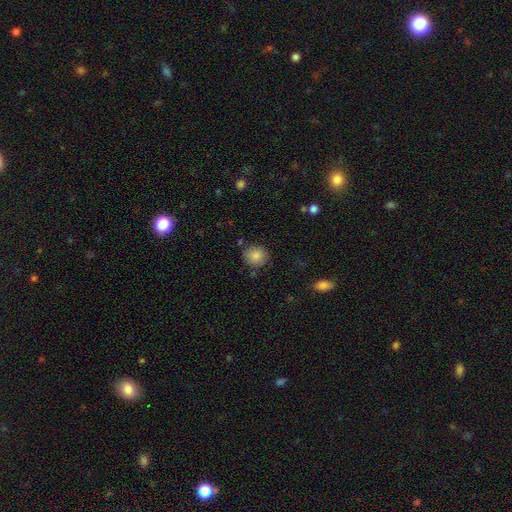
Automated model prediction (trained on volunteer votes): Smooth or featured: smooth — 84% (star or artifact — 9%)
How rounded: round — 85% (in between — 14%)
Merging: none — 83% (minor disturbance — 11%)